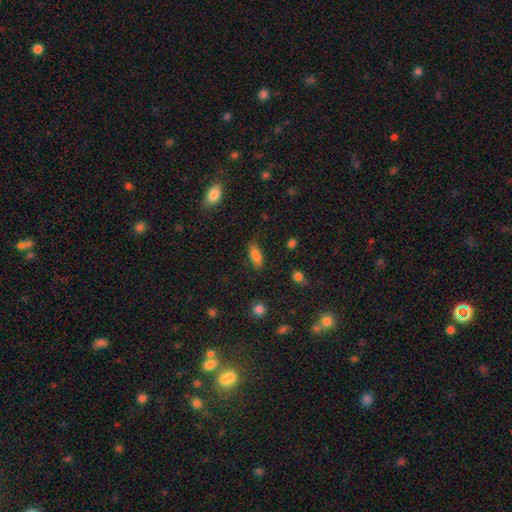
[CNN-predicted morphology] smooth_or_featured: smooth (p=0.84) [alt: star or artifact p=0.09]
how_rounded: in between (p=0.79) [alt: cigar-shaped p=0.18]
merging: none (p=0.80) [alt: minor disturbance p=0.15]